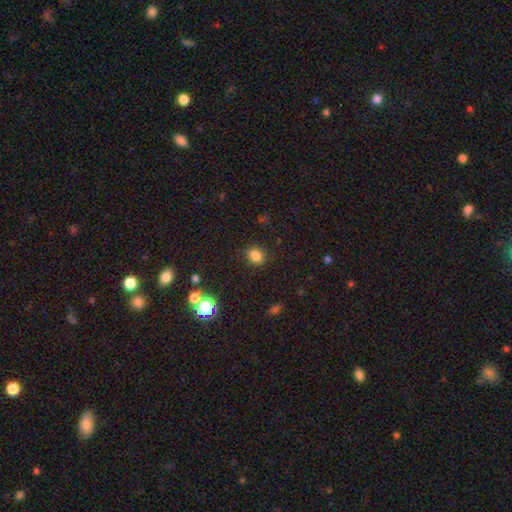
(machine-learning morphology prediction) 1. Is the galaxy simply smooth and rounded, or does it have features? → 81% smooth, 14% star or artifact, 5% featured or disk.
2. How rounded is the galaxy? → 50% in between, 48% round, 1% cigar-shaped.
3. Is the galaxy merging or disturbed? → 85% none, 10% minor disturbance, 3% major disturbance, 2% merger.